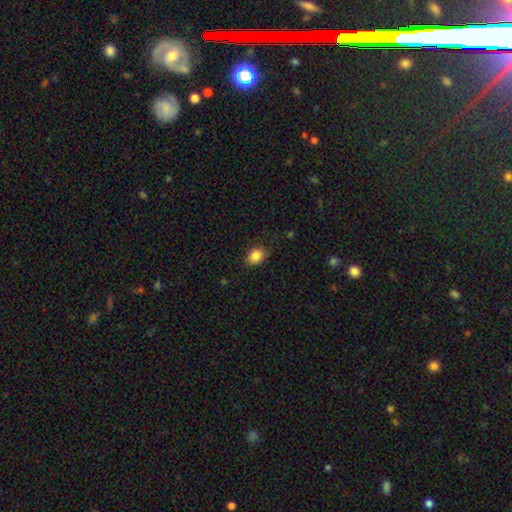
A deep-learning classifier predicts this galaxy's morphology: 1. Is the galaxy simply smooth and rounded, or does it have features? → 86% smooth, 9% star or artifact, 5% featured or disk.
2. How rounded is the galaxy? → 64% in between, 35% round, 1% cigar-shaped.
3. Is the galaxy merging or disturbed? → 79% none, 16% minor disturbance, 4% major disturbance, 1% merger.